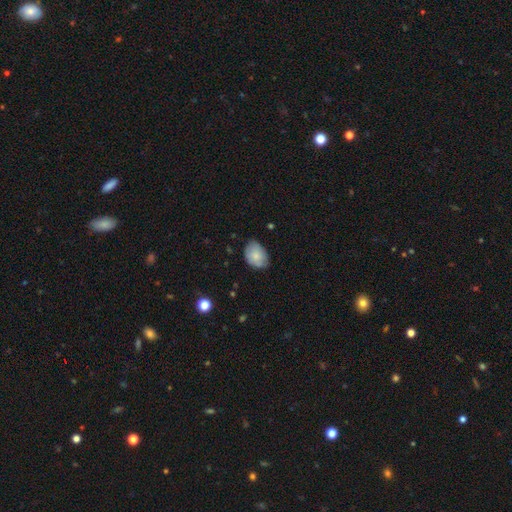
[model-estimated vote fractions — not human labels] smooth_or_featured: smooth (p=0.77) [alt: featured or disk p=0.16]
how_rounded: in between (p=0.75) [alt: round p=0.24]
merging: none (p=0.68) [alt: minor disturbance p=0.26]